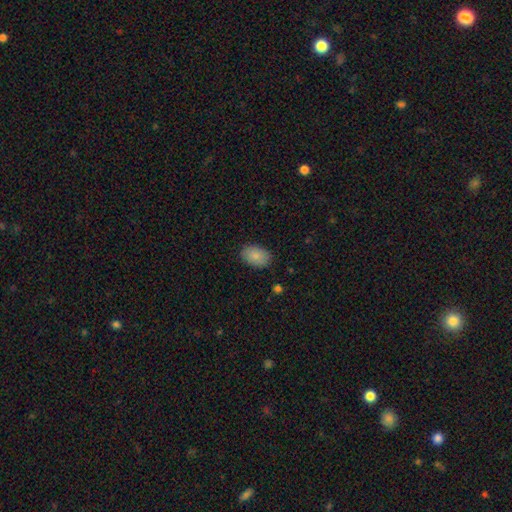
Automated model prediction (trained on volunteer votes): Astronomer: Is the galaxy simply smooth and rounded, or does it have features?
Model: smooth — 86%.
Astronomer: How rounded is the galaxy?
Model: in between — 87%.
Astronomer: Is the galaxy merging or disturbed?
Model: none — 86%.